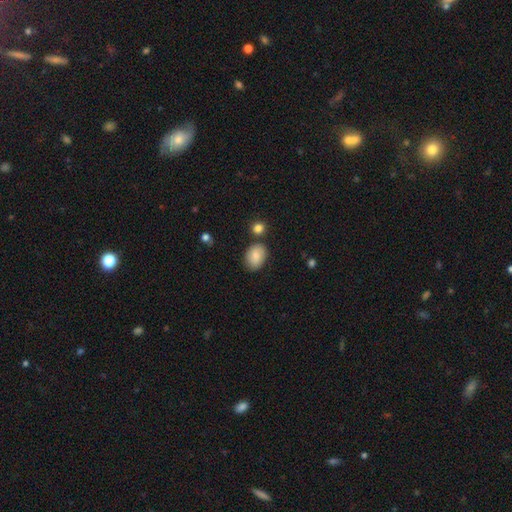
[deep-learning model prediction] The model was most divided on "how rounded": in between: 76%, round: 23%, cigar-shaped: 1%. More confident: smooth or featured — smooth (84%); merging — none (76%).